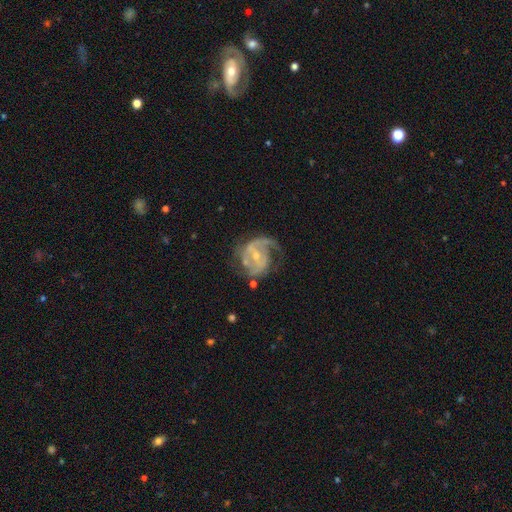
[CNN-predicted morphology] This is clearly a featured or disk galaxy (87%). It is clearly not viewed edge-on (98%). Bar: possibly weak (49%). Spiral arm pattern: clearly yes (94%). Spiral arm count: likely 2 (62%). Spiral winding: possibly medium (47%). Central bulge: possibly small (57%). Merging: possibly none (53%).